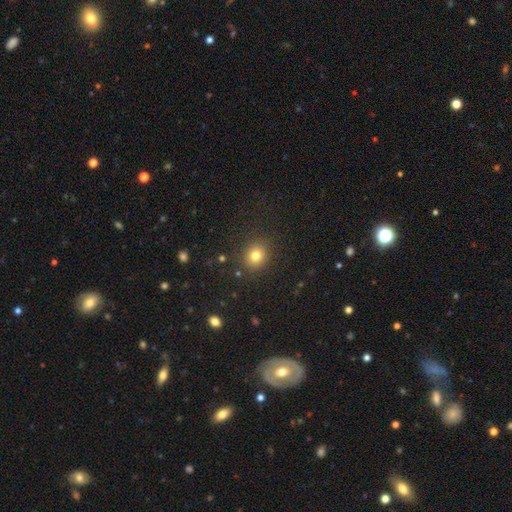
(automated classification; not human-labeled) smooth 79%, star or artifact 14%, featured or disk 7%. Down the decision tree: how rounded — round (79%); merging — none (88%).